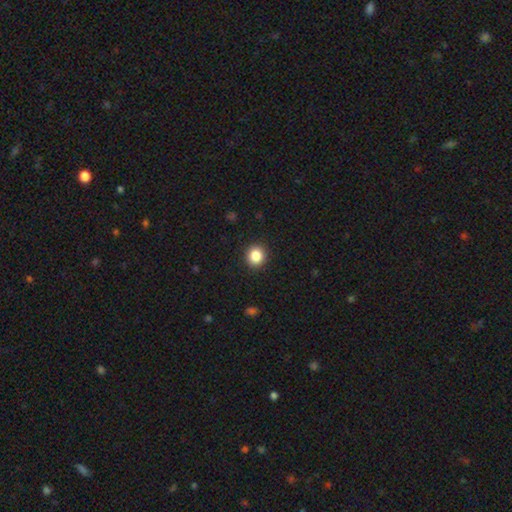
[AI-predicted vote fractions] The model was most divided on "how rounded": round: 87%, in between: 12%, cigar-shaped: 1%. More confident: merging — none (91%); smooth or featured — smooth (86%).